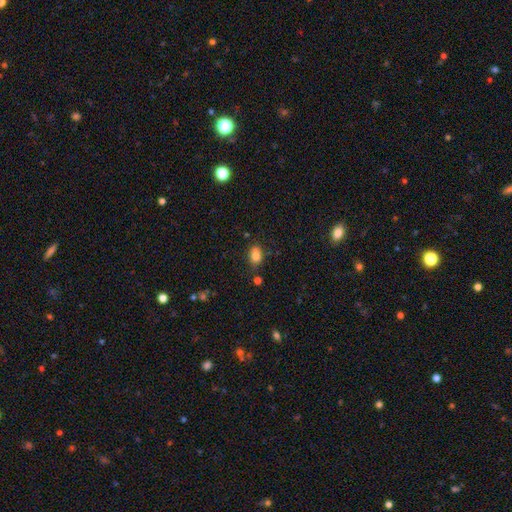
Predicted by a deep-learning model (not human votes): This appears to be a smooth galaxy with no disk features (81%) that is in between round and cigar-shaped (75%). Merging: none (74%).